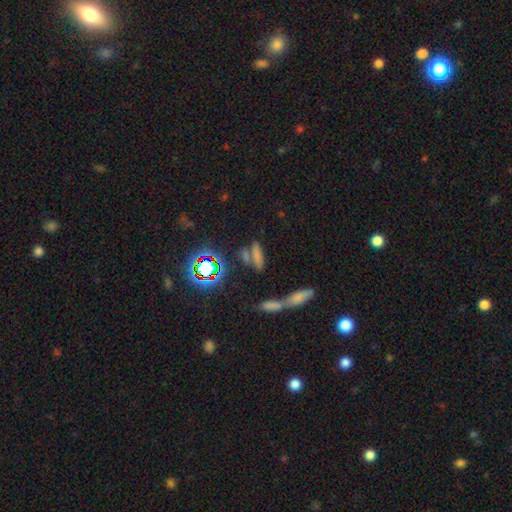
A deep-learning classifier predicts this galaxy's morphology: smooth-or-featured: smooth: 62% | star or artifact: 24% | featured or disk: 13%
  how-rounded: cigar-shaped: 60% | in between: 34% | round: 6%
  merging: none: 51% | merger: 29% | minor disturbance: 13% | major disturbance: 7%